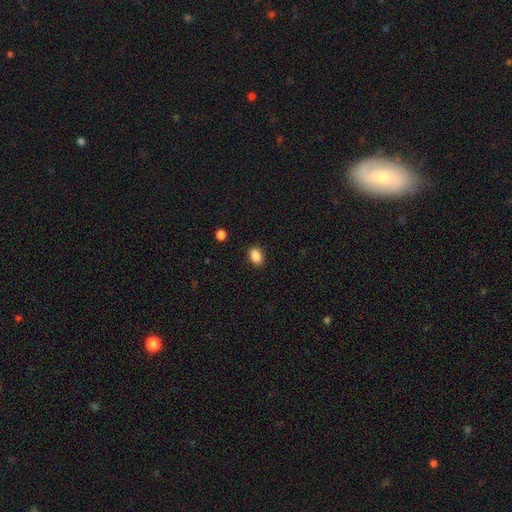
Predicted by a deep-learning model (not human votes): Smooth or featured? Predicted: smooth (p=0.88). How rounded? Predicted: in between (p=0.79). Merging? Predicted: none (p=0.88).